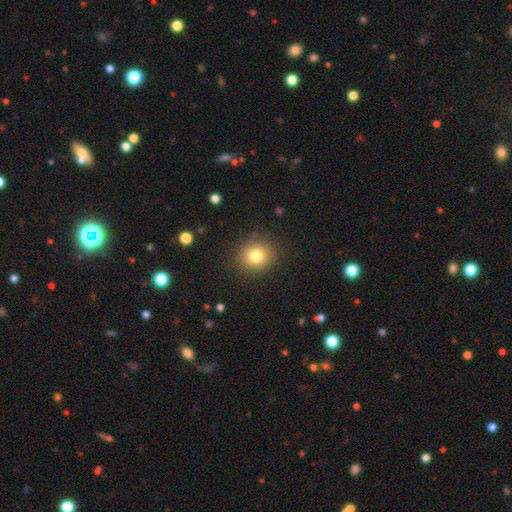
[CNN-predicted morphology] A smooth galaxy with no disk features (79%) that is round (84%).

Vote fractions:
- Smooth or featured? smooth: 79% / star or artifact: 12% / featured or disk: 9%
- How rounded? round: 84% / in between: 15% / cigar-shaped: 1%
- Merging? none: 88% / minor disturbance: 8% / major disturbance: 3% / merger: 1%